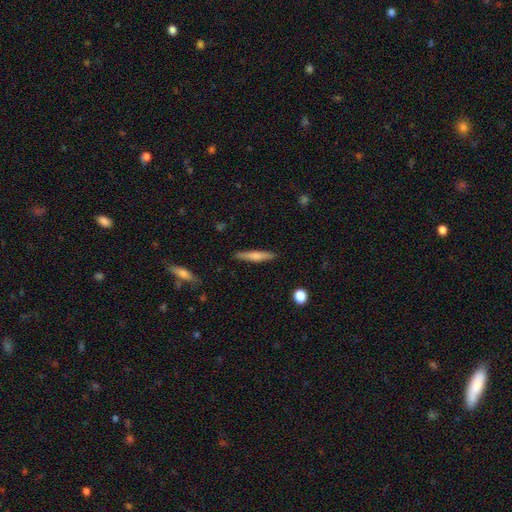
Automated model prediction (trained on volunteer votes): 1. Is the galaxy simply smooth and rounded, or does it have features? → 59% smooth, 35% featured or disk, 6% star or artifact.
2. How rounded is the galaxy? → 91% cigar-shaped, 7% in between, 2% round.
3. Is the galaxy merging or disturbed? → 89% none, 8% minor disturbance, 2% major disturbance, 1% merger.